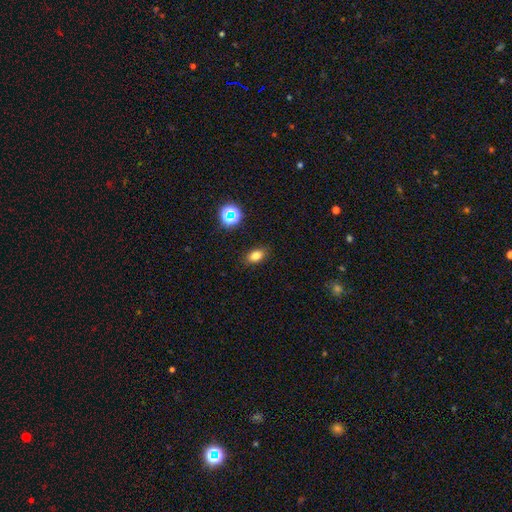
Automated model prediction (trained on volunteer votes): smooth_or_featured: smooth (p=0.78) [alt: star or artifact p=0.15]
how_rounded: in between (p=0.82) [alt: round p=0.16]
merging: none (p=0.87) [alt: minor disturbance p=0.09]